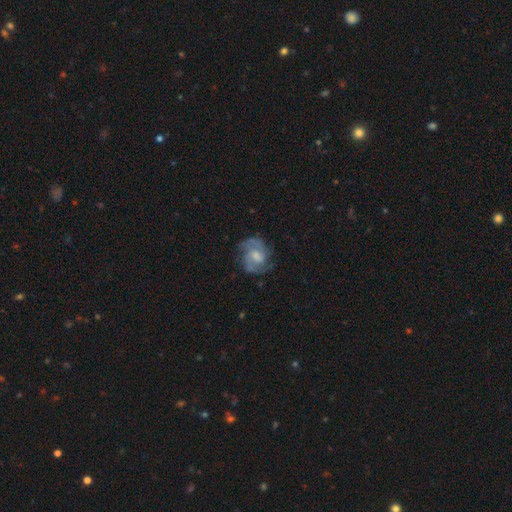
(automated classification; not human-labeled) Smooth or featured? Predicted: featured or disk (p=0.78). Edge-on disk? Predicted: no (p=0.98). Bar? Predicted: weak (p=0.51). Spiral arms? Predicted: yes (p=0.94). Spiral winding? Predicted: medium (p=0.52). Spiral arm count? Predicted: 2 (p=0.75). Bulge size? Predicted: moderate (p=0.41). Merging? Predicted: none (p=0.71).